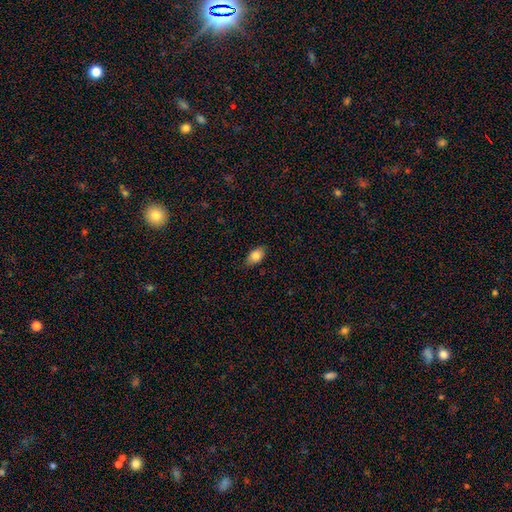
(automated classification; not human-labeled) Smooth or featured?
  - smooth: 84% *
  - featured or disk: 9%
  - star or artifact: 8%
How rounded?
  - in between: 90% *
  - round: 8%
  - cigar-shaped: 2%
Merging?
  - none: 81% *
  - minor disturbance: 15%
  - major disturbance: 2%
  - merger: 1%